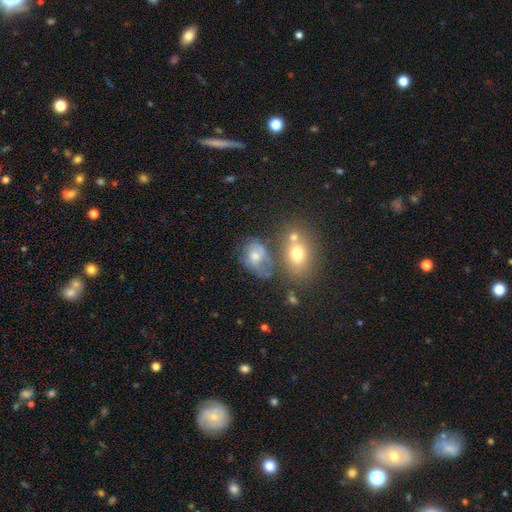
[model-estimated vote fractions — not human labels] Smooth or featured: smooth — 54% (featured or disk — 31%)
How rounded: in between — 62% (round — 36%)
Merging: none — 34% (merger — 29%)